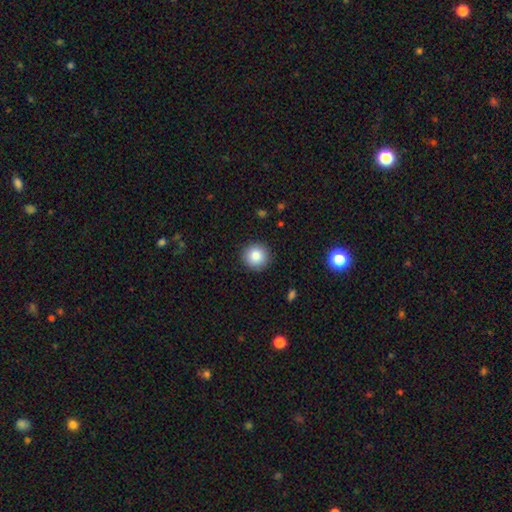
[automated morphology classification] Smooth or featured? smooth (84%)
How rounded? round (94%)
Merging? none (91%)